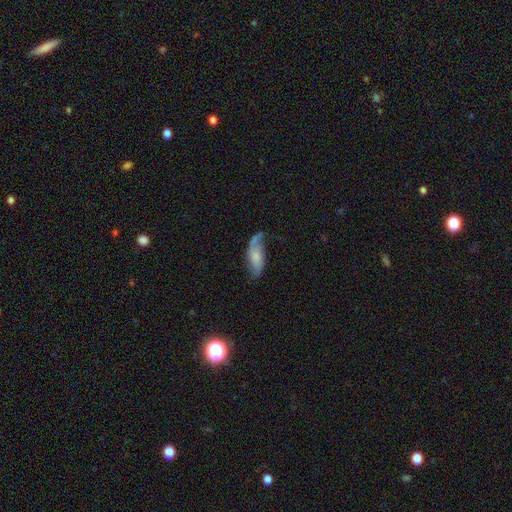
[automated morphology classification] smooth_or_featured: featured or disk (p=0.61) [alt: smooth p=0.31]
disk_edge_on: no (p=0.88) [alt: yes p=0.12]
bar: no (p=0.65) [alt: weak p=0.28]
has_spiral_arms: yes (p=0.89) [alt: no p=0.11]
bulge_size: small (p=0.44) [alt: moderate p=0.28]
merging: none (p=0.54) [alt: minor disturbance p=0.27]